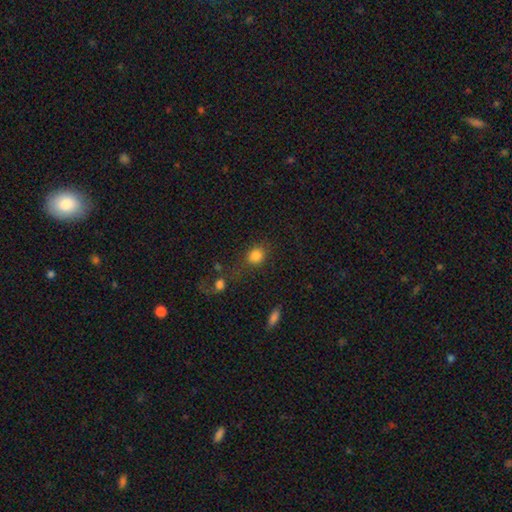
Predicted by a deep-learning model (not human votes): Morphology: type=smooth (84%); roundness=round (73%); merging=none (62%).